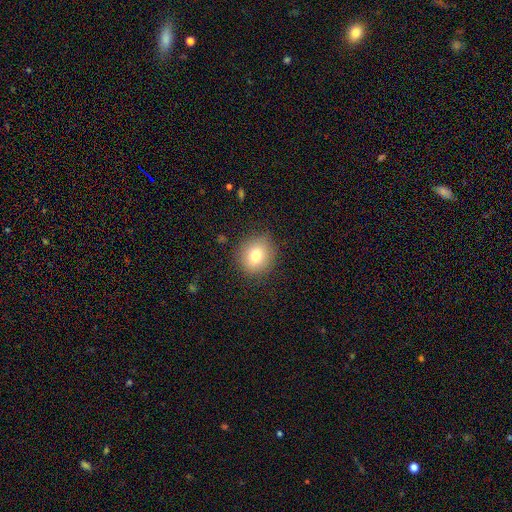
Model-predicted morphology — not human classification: Smooth or featured?
  - smooth: 77% *
  - featured or disk: 12%
  - star or artifact: 11%
How rounded?
  - round: 81% *
  - in between: 18%
  - cigar-shaped: 1%
Merging?
  - none: 86% *
  - minor disturbance: 9%
  - major disturbance: 3%
  - merger: 1%